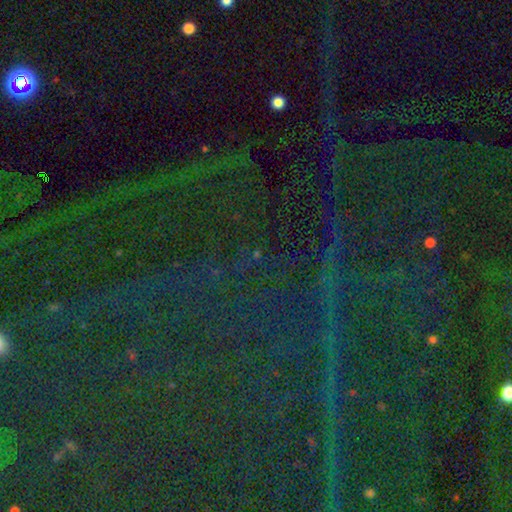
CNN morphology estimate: A star or artifact, not a galaxy (81%).